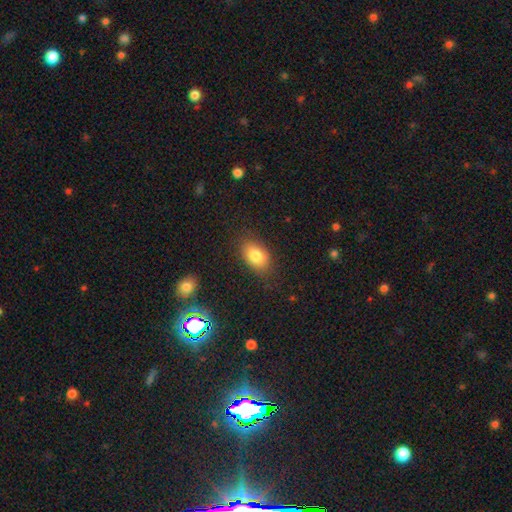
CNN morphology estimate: A smooth galaxy with no disk features (80%) that is in between round and cigar-shaped (86%).

Vote fractions:
- Smooth or featured? smooth: 80% / featured or disk: 11% / star or artifact: 9%
- How rounded? in between: 86% / round: 12% / cigar-shaped: 1%
- Merging? none: 81% / minor disturbance: 14% / major disturbance: 4% / merger: 1%